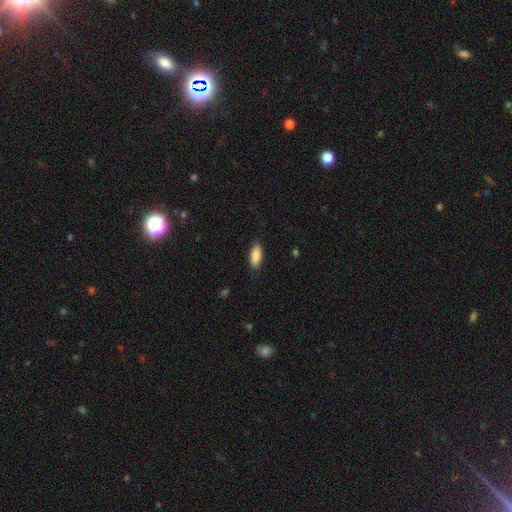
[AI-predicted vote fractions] This is clearly a smooth galaxy (88%). How rounded: likely in between (77%). Merging: clearly none (84%).